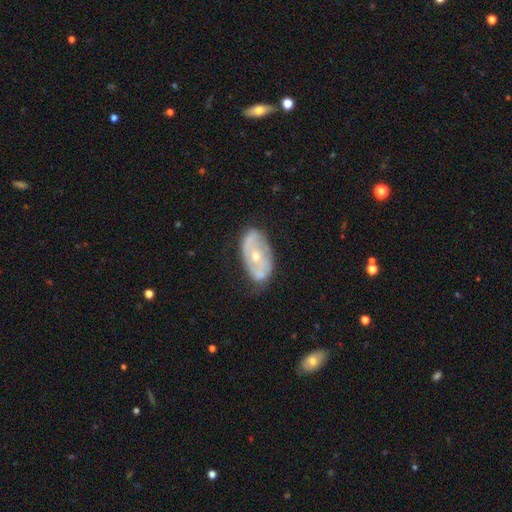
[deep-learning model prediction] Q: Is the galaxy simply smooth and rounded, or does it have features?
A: featured or disk — 69%.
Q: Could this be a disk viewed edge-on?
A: no — 92%.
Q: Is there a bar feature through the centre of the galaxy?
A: no — 68%.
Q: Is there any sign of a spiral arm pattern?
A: yes — 60%.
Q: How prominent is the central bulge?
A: small — 51%.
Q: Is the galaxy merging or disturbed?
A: none — 62%.